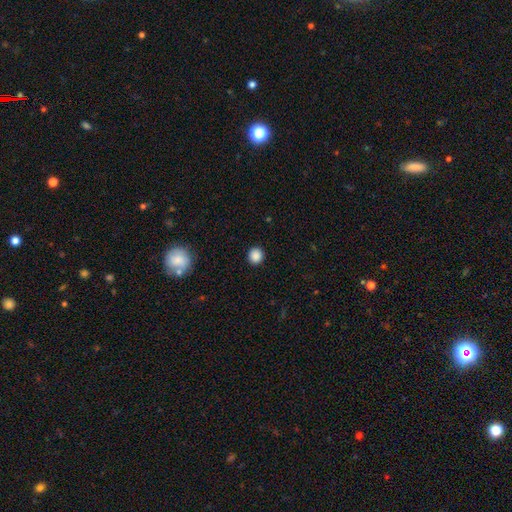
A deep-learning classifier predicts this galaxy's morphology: smooth_or_featured: smooth (p=0.87) [alt: star or artifact p=0.10]
how_rounded: round (p=0.89) [alt: in between p=0.10]
merging: none (p=0.92) [alt: minor disturbance p=0.05]